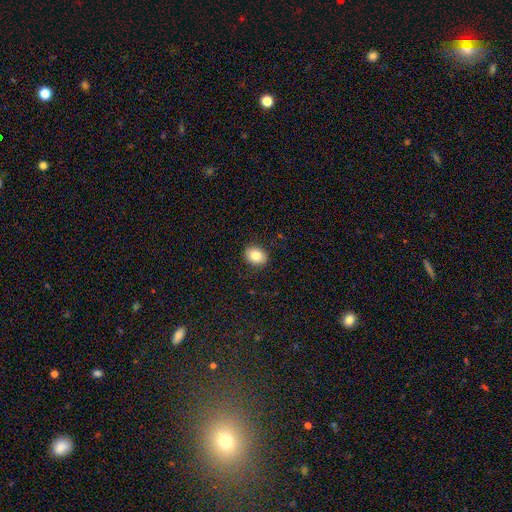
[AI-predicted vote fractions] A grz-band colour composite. It shows a smooth galaxy with no disk features (83%) that is in between round and cigar-shaped (58%). Merging: none (89%).